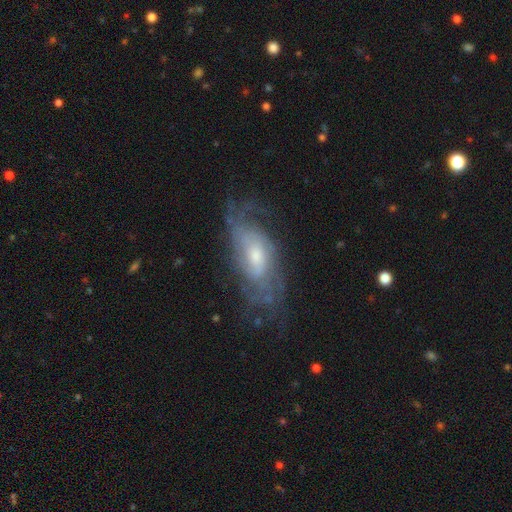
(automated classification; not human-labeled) featured or disk 75%, smooth 18%, star or artifact 7%. Down the decision tree: edge-on disk — no (89%); bar — no (61%); spiral arms — yes (85%); spiral arm count — can't tell (55%); spiral winding — tight (45%); bulge size — moderate (50%); merging — none (64%).